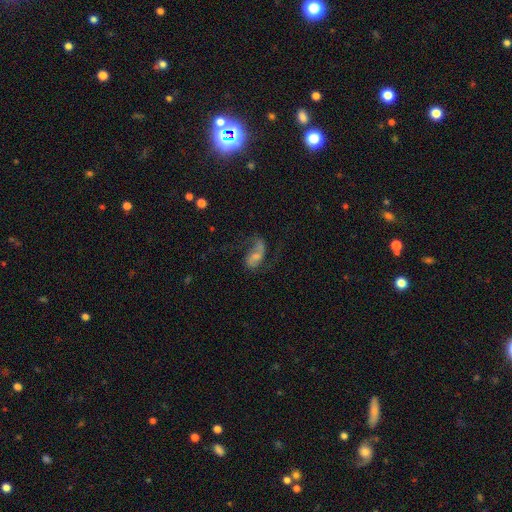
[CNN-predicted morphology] smooth-or-featured: featured or disk: 60% | smooth: 29% | star or artifact: 11%
  disk-edge-on: no: 96% | yes: 4%
    bar: no: 51% | weak: 36% | strong: 13%
    has-spiral-arms: yes: 79% | no: 21%
    bulge-size: small: 41% | moderate: 28% | none: 23% | large: 6% | dominant: 2%
  merging: major disturbance: 35% (tied) | none: 35% (tied) | minor disturbance: 19% | merger: 10%